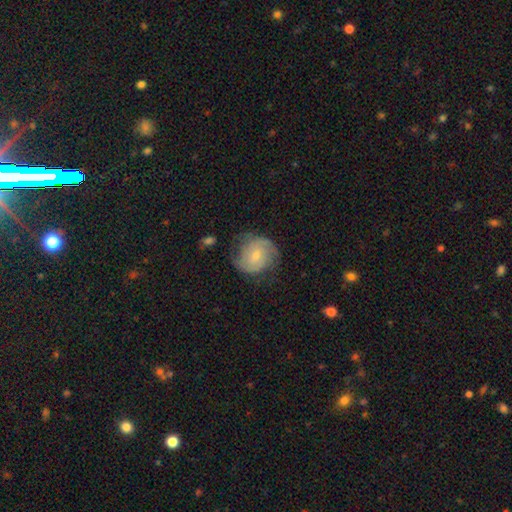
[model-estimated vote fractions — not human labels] Overall: featured or disk (70%). Edge-on disk: no (98%). Bar: no (54%; weak 39%). Spiral arms: yes (92%). Spiral arm count: 2 (60%). Spiral winding: tight (42%; medium 41%). Bulge size: small (63%; moderate 32%). Merging: none (66%).